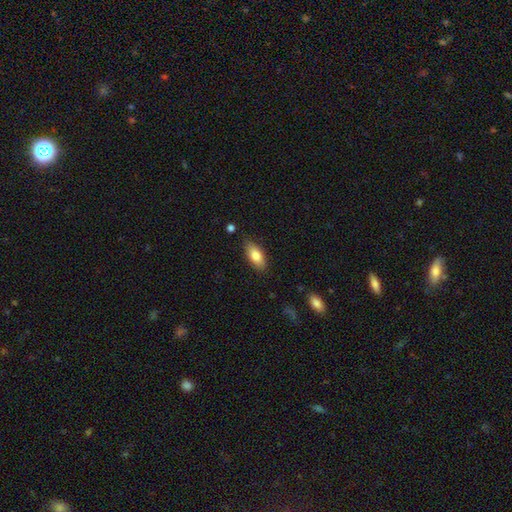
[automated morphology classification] smooth 79%, featured or disk 14%, star or artifact 7%. Down the decision tree: how rounded — in between (84%); merging — none (83%).